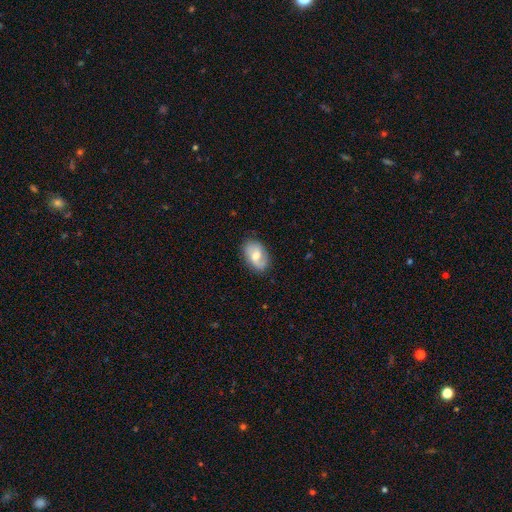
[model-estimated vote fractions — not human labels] Q: Smooth or featured?
A: smooth (47%); runner-up: featured or disk (46%)
Q: Merging?
A: none (76%); runner-up: minor disturbance (18%)